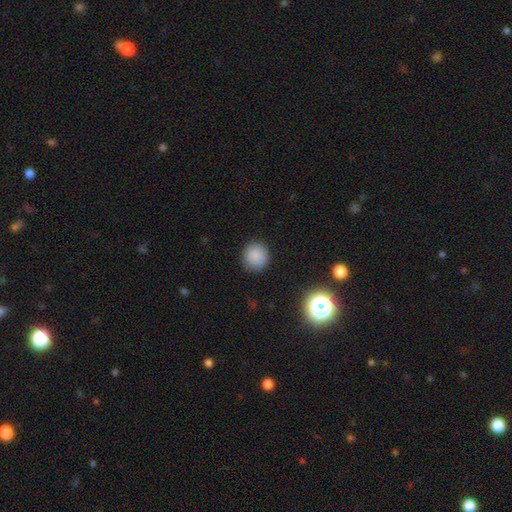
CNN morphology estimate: This appears to be a smooth galaxy with no disk features (87%) that is round (93%). Merging: none (90%).